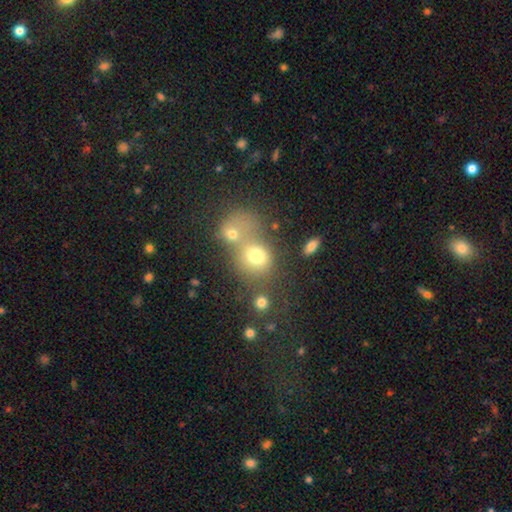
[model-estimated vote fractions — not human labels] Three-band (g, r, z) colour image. It shows a smooth galaxy with no disk features (70%) that is round (64%). Merging: merger (55%).